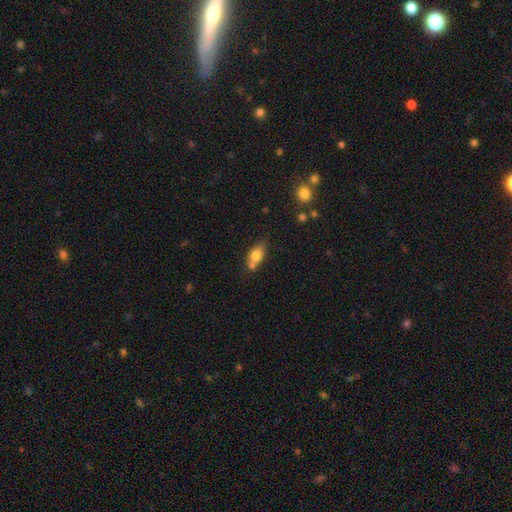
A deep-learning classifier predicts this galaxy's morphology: This appears to be a smooth galaxy with no disk features (72%) that is in between round and cigar-shaped (77%). Merging: none (46%).